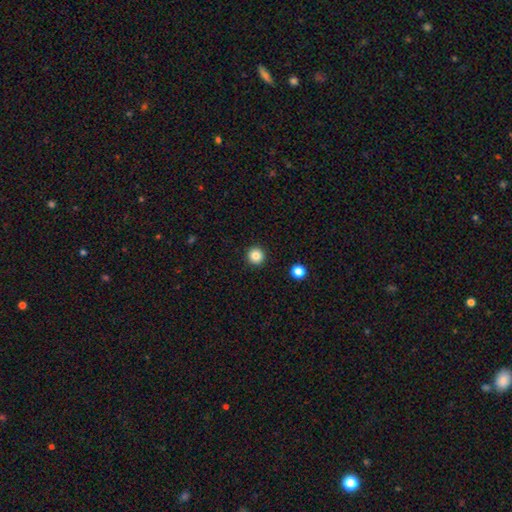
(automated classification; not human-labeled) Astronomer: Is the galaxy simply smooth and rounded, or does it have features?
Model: smooth — 84%.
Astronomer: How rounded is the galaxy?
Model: round — 96%.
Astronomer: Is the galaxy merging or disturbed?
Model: none — 94%.